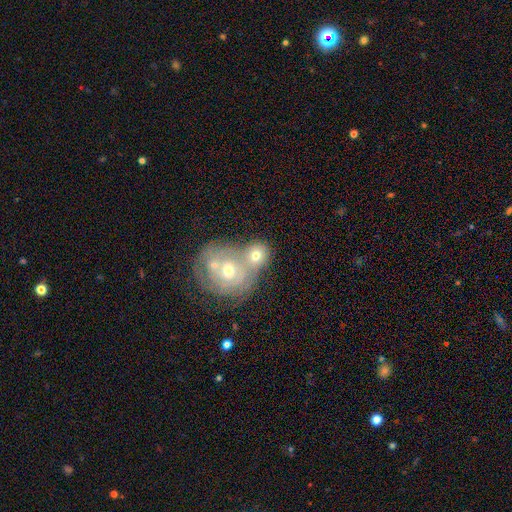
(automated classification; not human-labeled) A smooth galaxy with no disk features (51%) that is round (73%). Merging: merger (64%).